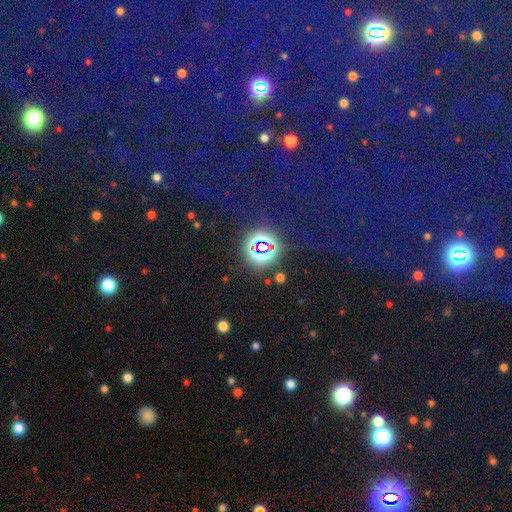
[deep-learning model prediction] Smooth or featured? star or artifact (78%)